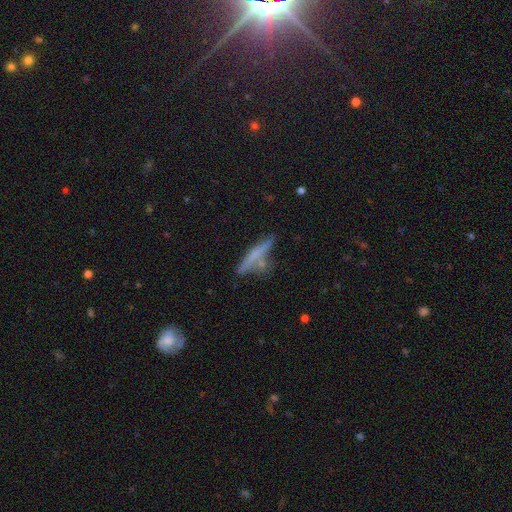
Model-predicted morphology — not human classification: Overall: smooth (57%; featured or disk 35%). How rounded: cigar-shaped (91%). Merging: none (68%).